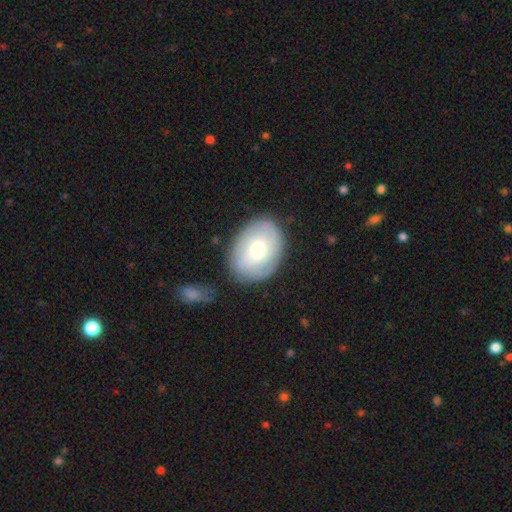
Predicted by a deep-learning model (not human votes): A smooth galaxy with no disk features (53%) that is in between round and cigar-shaped (63%).

Vote fractions:
- Smooth or featured? smooth: 53% / featured or disk: 40% / star or artifact: 7%
- How rounded? in between: 63% / round: 36% / cigar-shaped: 1%
- Merging? none: 79% / minor disturbance: 14% / major disturbance: 5% / merger: 2%